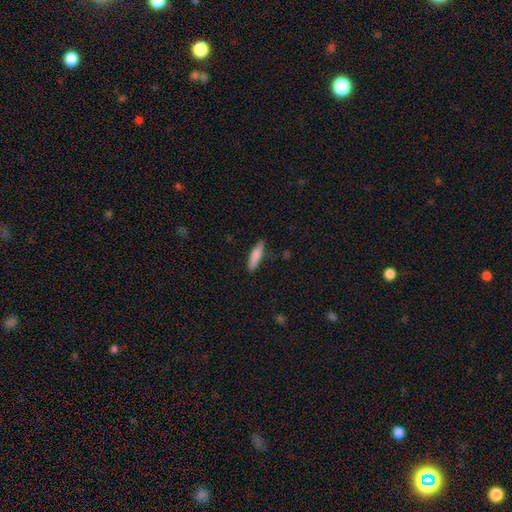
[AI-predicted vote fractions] Smooth or featured? smooth (81%)
How rounded? cigar-shaped (75%)
Merging? none (81%)